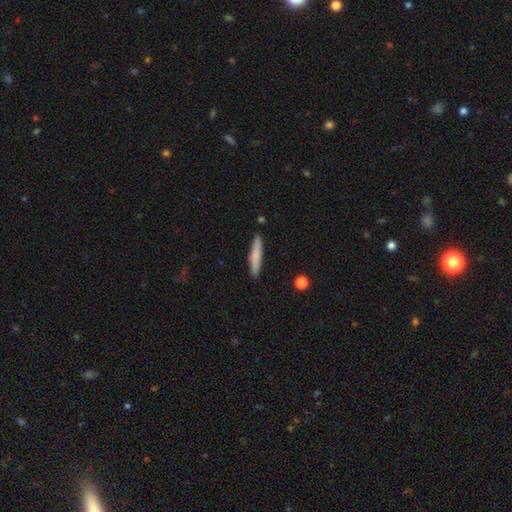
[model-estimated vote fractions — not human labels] Smooth or featured?
  - smooth: 74% *
  - featured or disk: 20%
  - star or artifact: 6%
How rounded?
  - cigar-shaped: 91% *
  - in between: 8%
  - round: 1%
Merging?
  - none: 88% *
  - minor disturbance: 8%
  - merger: 2%
  - major disturbance: 2%